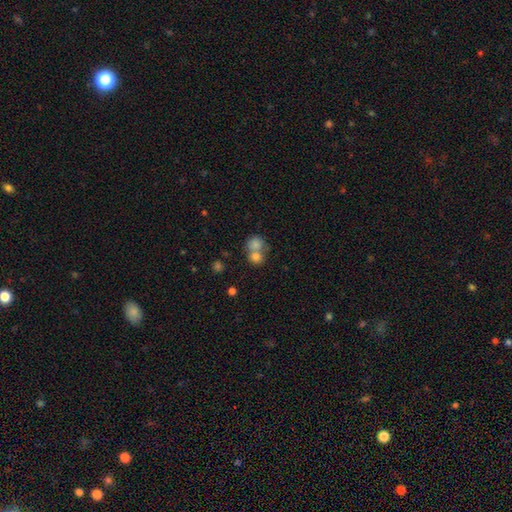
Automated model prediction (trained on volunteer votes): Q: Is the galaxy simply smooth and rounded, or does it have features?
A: smooth — 77%.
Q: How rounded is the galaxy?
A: round — 76%.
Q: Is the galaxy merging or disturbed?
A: merger — 60%.